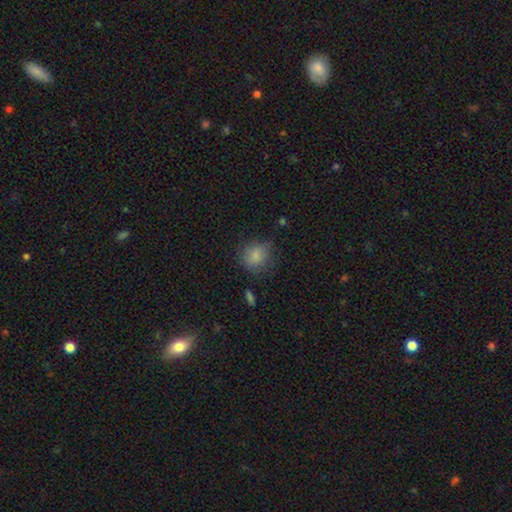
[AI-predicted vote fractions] The model was most divided on "merging": none: 72%, minor disturbance: 19%, major disturbance: 6%, merger: 2%. More confident: smooth or featured — smooth (84%); how rounded — round (79%).